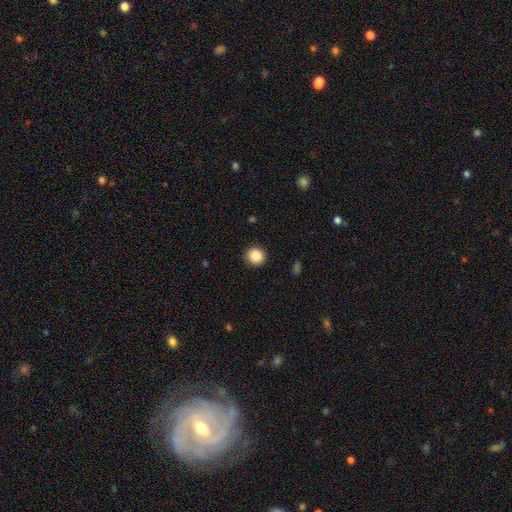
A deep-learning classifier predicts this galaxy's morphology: A smooth galaxy with no disk features (88%) that is round (93%). Merging: none (91%).